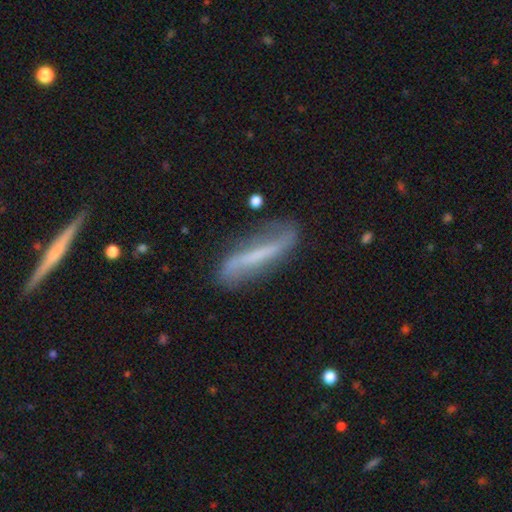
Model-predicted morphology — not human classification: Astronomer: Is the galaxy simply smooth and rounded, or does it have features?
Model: featured or disk — 64%.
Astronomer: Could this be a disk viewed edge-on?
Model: no — 68%.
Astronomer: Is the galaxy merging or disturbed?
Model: none — 69%.